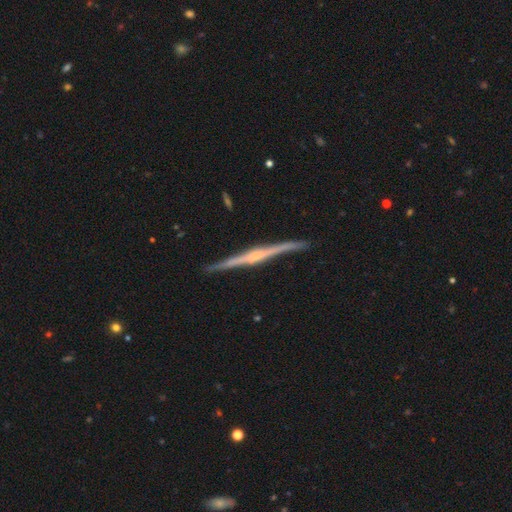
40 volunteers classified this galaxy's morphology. Smooth or featured? 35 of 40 (88%) said featured or disk. Edge-on disk? 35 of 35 (100%) said yes. Edge-on bulge? 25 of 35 (71%) said rounded. Merging? 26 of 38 (68%) said none.